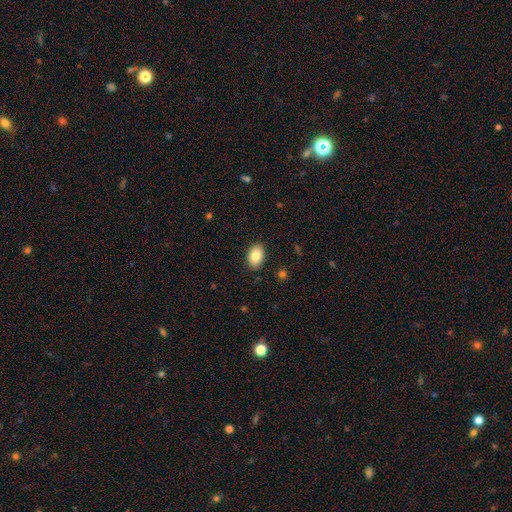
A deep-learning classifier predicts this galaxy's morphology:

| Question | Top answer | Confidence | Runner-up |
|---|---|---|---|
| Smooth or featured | smooth | 84% | featured or disk (9%) |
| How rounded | in between | 86% | round (13%) |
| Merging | none | 89% | minor disturbance (8%) |